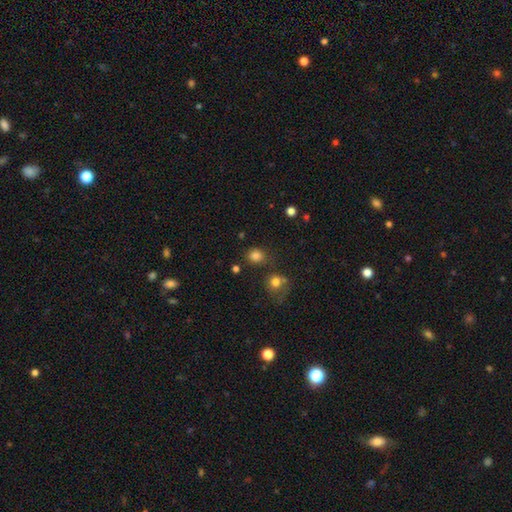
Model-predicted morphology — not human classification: smooth-or-featured: smooth: 82% | star or artifact: 14% | featured or disk: 5%
  how-rounded: round: 79% | in between: 20% | cigar-shaped: 1%
  merging: none: 75% | minor disturbance: 11% | merger: 10% | major disturbance: 4%